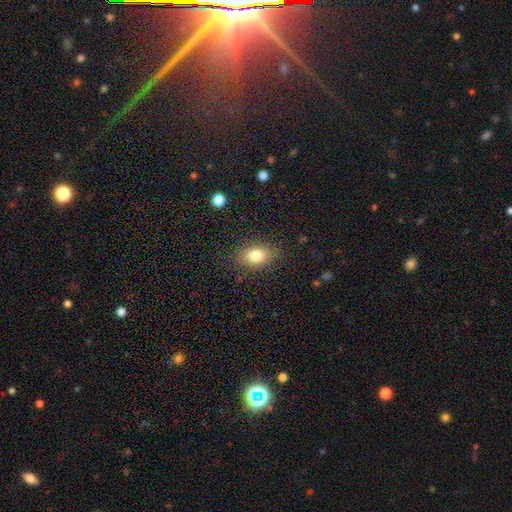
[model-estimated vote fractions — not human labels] Morphology: type=smooth (80%); roundness=in between (80%); merging=none (84%).